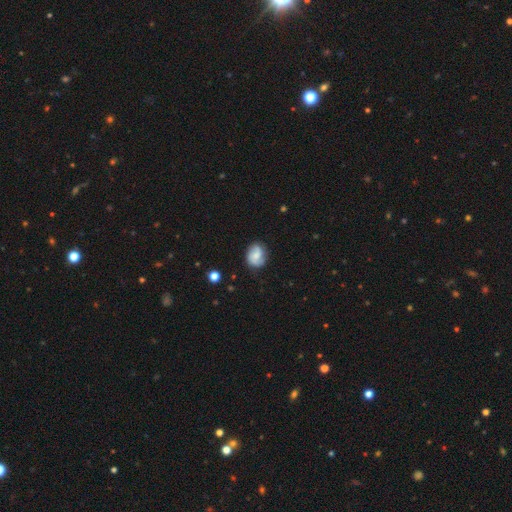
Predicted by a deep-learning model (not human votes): smooth-or-featured: smooth: 54% | featured or disk: 37% | star or artifact: 8%
  how-rounded: round: 55% | in between: 44% | cigar-shaped: 1%
  merging: none: 74% | minor disturbance: 19% | major disturbance: 5% | merger: 2%